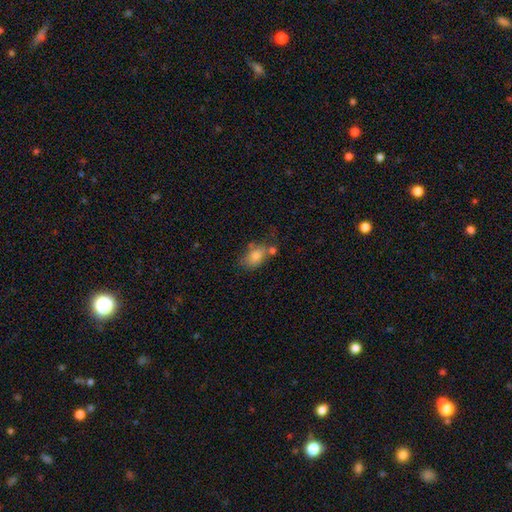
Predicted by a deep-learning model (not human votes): Smooth or featured? Predicted: smooth (p=0.77). How rounded? Predicted: in between (p=0.81). Merging? Predicted: none (p=0.50).